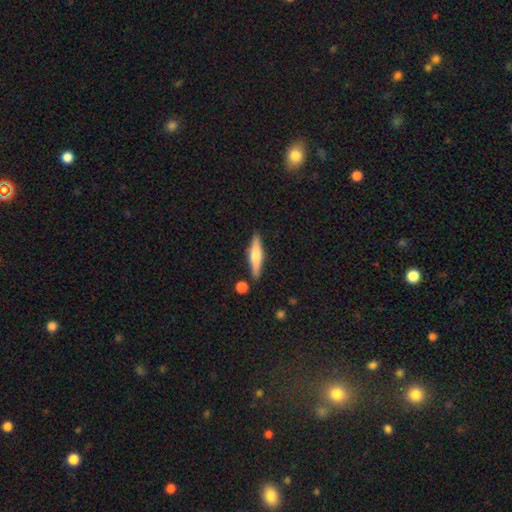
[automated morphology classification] smooth-or-featured: smooth: 47% (tied) | featured or disk: 47% (tied) | star or artifact: 6%
  merging: none: 84% | minor disturbance: 9% | merger: 4% | major disturbance: 2%